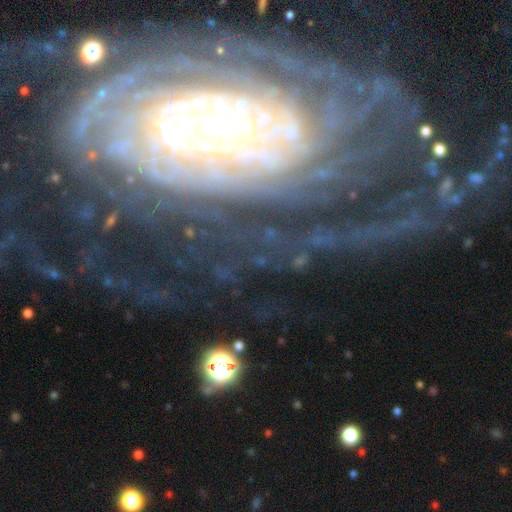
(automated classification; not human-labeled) Morphology: type=featured or disk (88%); edge-on=no (95%); bar=no (60%); spiral arms=yes (96%); winding=tight (73%); arm count=can't tell (31%); bulge=small (45%); merging=none (63%).